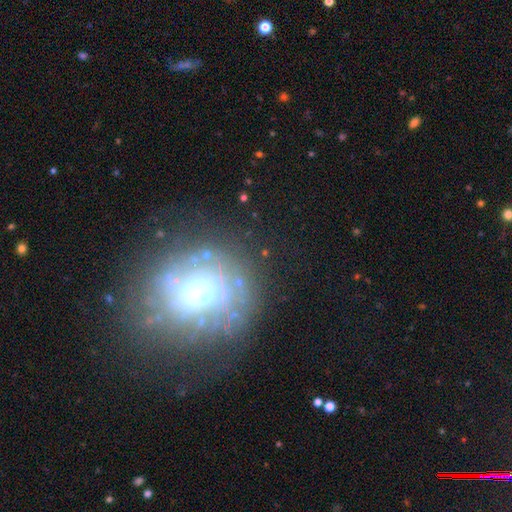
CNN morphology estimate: Overall: featured or disk (52%; smooth 24%). Edge-on disk: no (92%). Merging: none (71%).